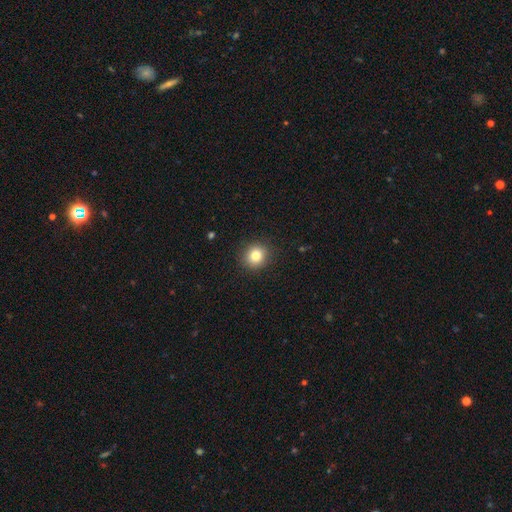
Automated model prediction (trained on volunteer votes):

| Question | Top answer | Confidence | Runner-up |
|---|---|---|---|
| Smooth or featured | smooth | 81% | star or artifact (12%) |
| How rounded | round | 88% | in between (11%) |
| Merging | none | 91% | minor disturbance (6%) |